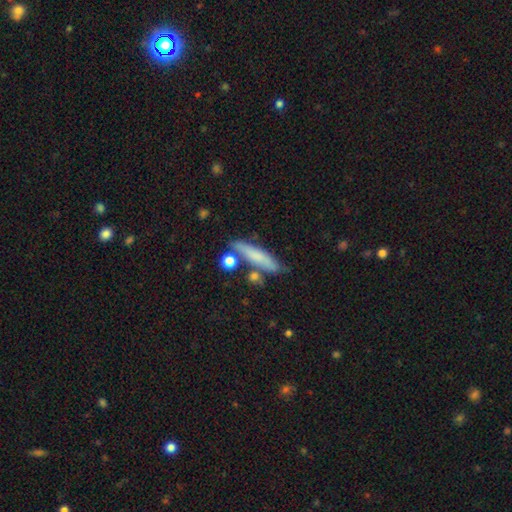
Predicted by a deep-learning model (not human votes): Overall: smooth (66%; featured or disk 27%). How rounded: cigar-shaped (85%). Merging: none (74%).